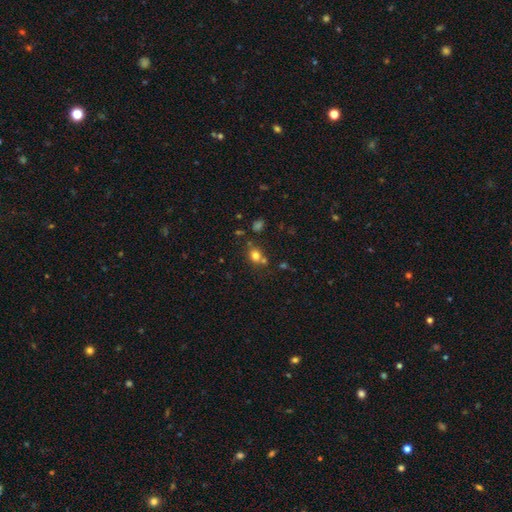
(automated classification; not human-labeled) Smooth or featured? smooth (74%)
How rounded? round (64%)
Merging? none (59%)